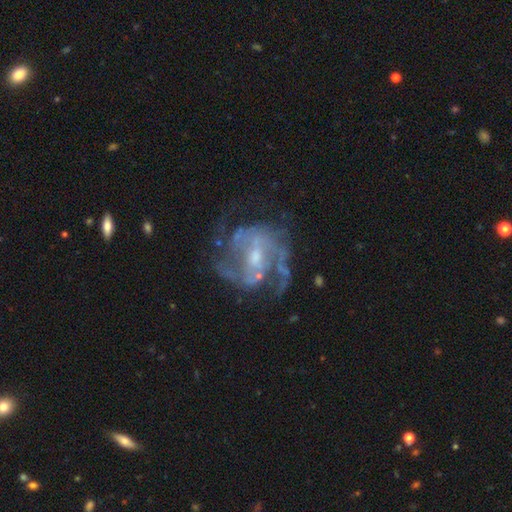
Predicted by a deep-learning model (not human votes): Smooth or featured: featured or disk — 86% (star or artifact — 8%)
Edge-on disk: no — 98% (yes — 2%)
Bar: weak — 49% (no — 33%)
Spiral arms: yes — 90% (no — 10%)
Spiral winding: medium — 51% (tight — 28%)
Spiral arm count: 2 — 47% (can't tell — 20%)
Bulge size: small — 48% (moderate — 41%)
Merging: none — 57% (major disturbance — 21%)